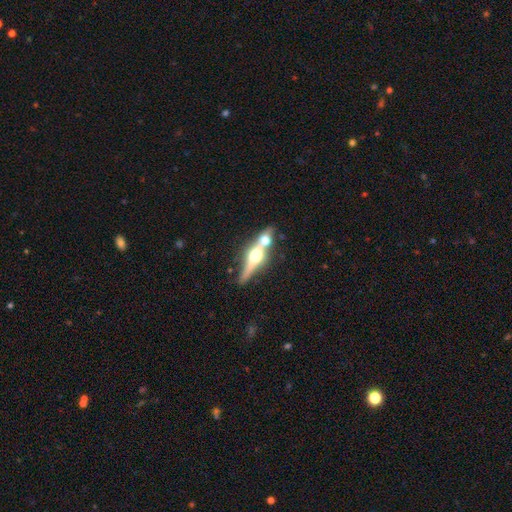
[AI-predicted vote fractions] Smooth or featured? featured or disk (70%)
Edge-on disk? yes (93%)
Edge-on bulge? rounded (95%)
Merging? none (52%)